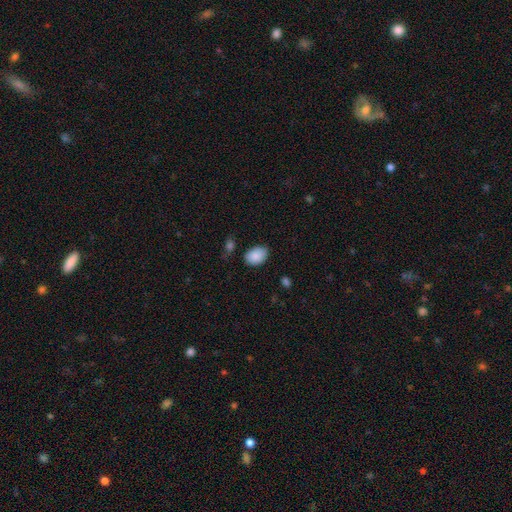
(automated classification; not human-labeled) Smooth or featured?
  - smooth: 89% *
  - star or artifact: 7%
  - featured or disk: 4%
How rounded?
  - in between: 82% *
  - round: 17%
  - cigar-shaped: 1%
Merging?
  - none: 73% *
  - minor disturbance: 19%
  - major disturbance: 4%
  - merger: 3%